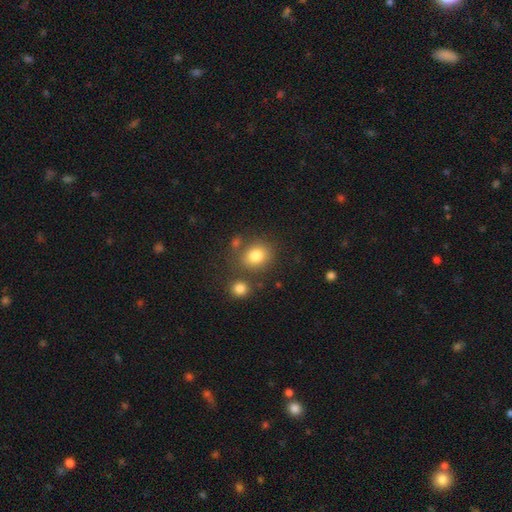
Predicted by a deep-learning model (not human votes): A smooth galaxy with no disk features (81%) that is round (66%). Merging: none (69%).